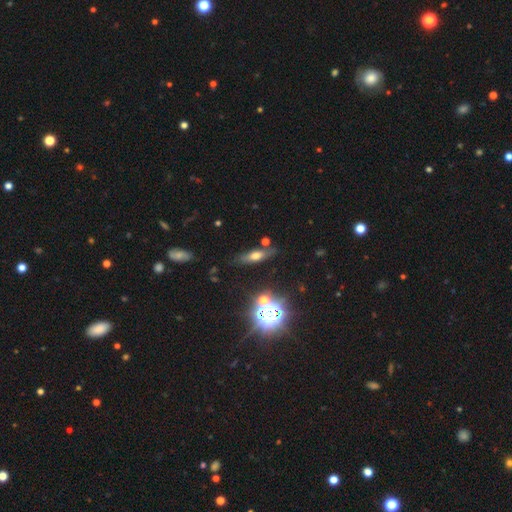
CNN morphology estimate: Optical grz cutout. It shows a smooth galaxy with no disk features (47%). Merging: none (76%).